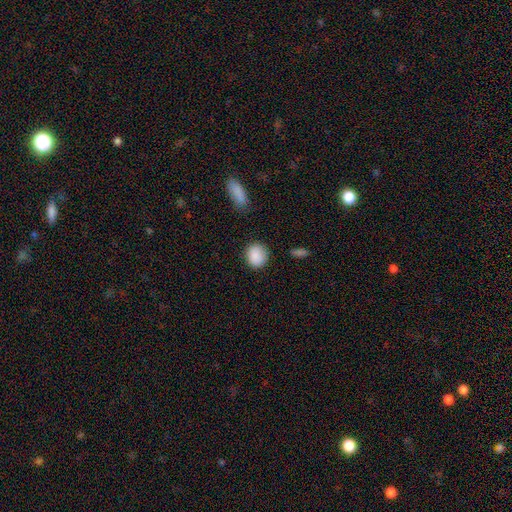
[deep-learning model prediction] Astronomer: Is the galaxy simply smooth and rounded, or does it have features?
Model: smooth — 89%.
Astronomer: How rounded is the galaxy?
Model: round — 72%.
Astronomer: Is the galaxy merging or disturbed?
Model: none — 83%.